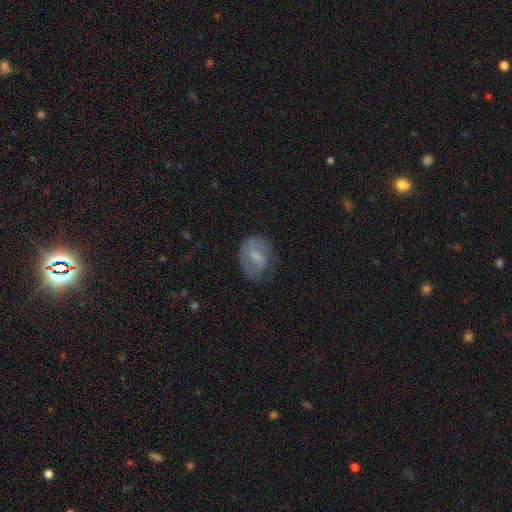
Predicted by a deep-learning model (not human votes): Smooth or featured? Predicted: smooth (p=0.47). Merging? Predicted: none (p=0.61).